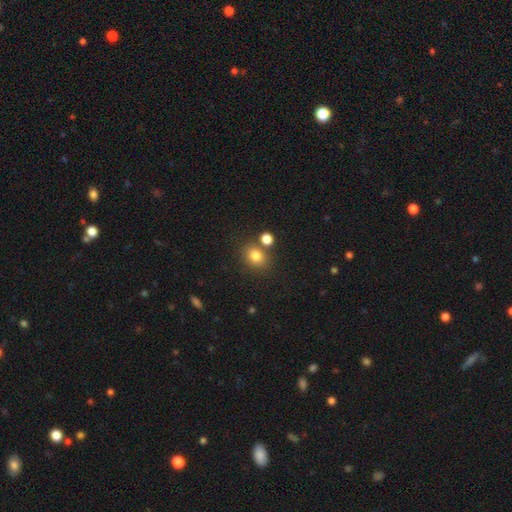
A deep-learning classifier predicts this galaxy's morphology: smooth 81%, star or artifact 12%, featured or disk 7%. Down the decision tree: how rounded — round (57%); merging — none (69%).